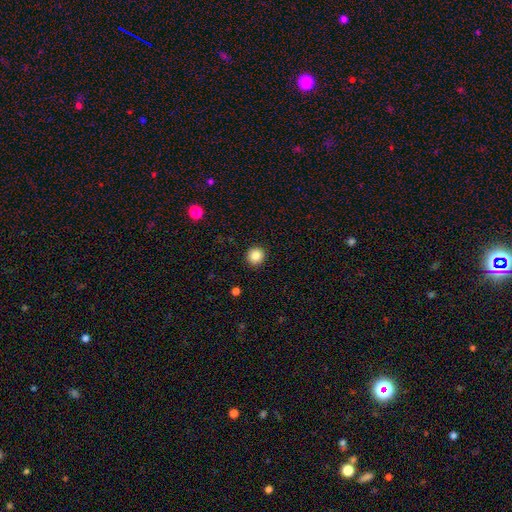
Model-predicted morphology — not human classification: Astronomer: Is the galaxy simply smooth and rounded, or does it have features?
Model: smooth — 85%.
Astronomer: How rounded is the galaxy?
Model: round — 93%.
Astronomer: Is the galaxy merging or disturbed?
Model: none — 92%.